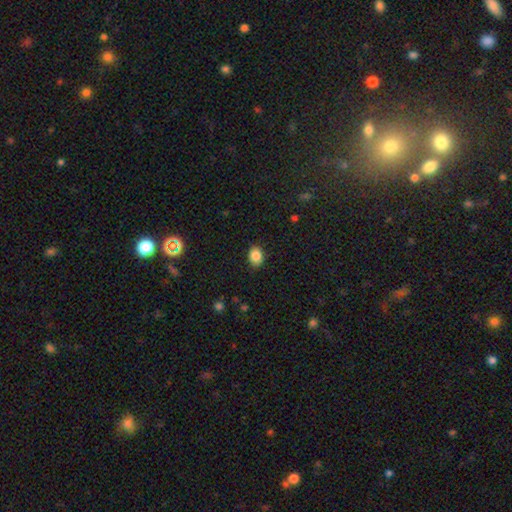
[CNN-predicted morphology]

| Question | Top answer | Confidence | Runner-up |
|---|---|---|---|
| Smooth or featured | smooth | 86% | star or artifact (9%) |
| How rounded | in between | 62% | round (37%) |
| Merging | none | 86% | minor disturbance (10%) |